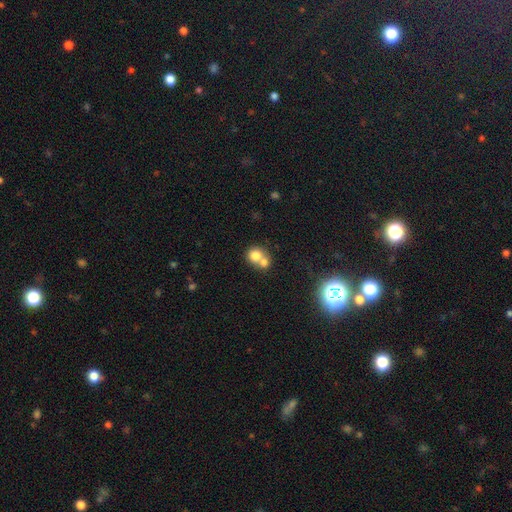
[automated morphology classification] Smooth or featured: smooth — 75% (featured or disk — 14%)
How rounded: round — 79% (in between — 20%)
Merging: merger — 61% (none — 31%)